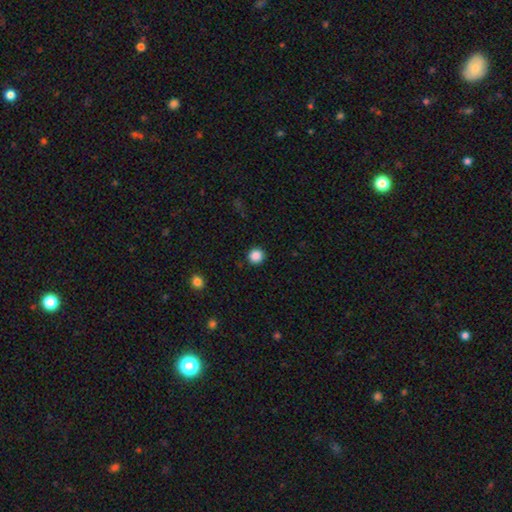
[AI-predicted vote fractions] A smooth galaxy with no disk features (88%) that is round (94%).

Vote fractions:
- Smooth or featured? smooth: 88% / star or artifact: 10% / featured or disk: 2%
- How rounded? round: 94% / in between: 5% / cigar-shaped: 1%
- Merging? none: 92% / minor disturbance: 5% / major disturbance: 2% / merger: 1%